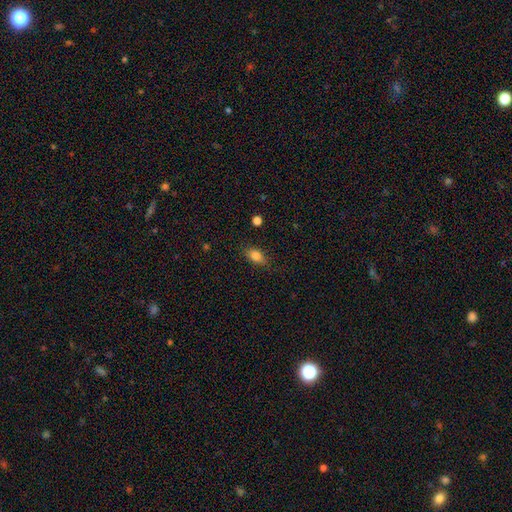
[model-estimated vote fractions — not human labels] This is clearly a smooth galaxy (83%). How rounded: clearly in between (82%). Merging: clearly none (81%).